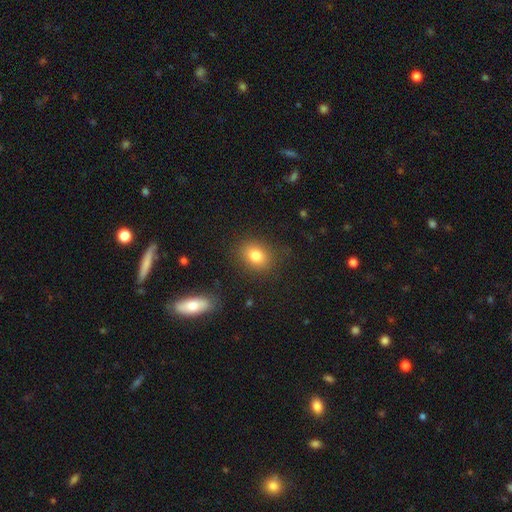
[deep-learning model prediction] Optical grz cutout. It shows a smooth galaxy with no disk features (81%) that is in between round and cigar-shaped (51%). Merging: none (82%).